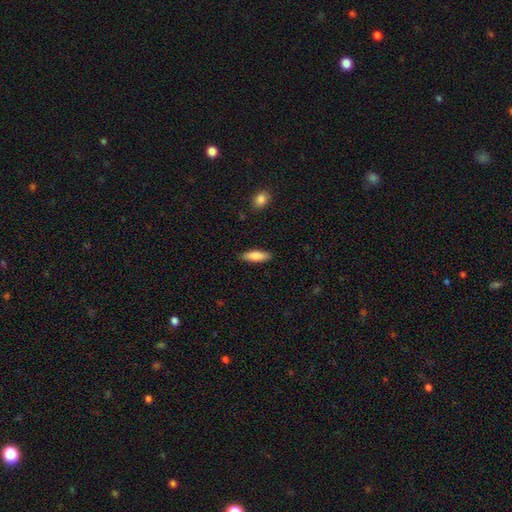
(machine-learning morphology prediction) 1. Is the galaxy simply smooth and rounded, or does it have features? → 83% smooth, 12% featured or disk, 6% star or artifact.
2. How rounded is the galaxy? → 52% in between, 47% cigar-shaped, 2% round.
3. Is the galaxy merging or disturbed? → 88% none, 9% minor disturbance, 2% major disturbance, 1% merger.